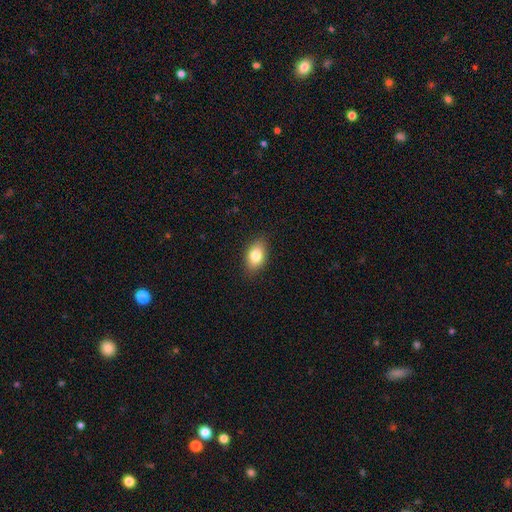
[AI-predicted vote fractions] smooth_or_featured: smooth (p=0.80) [alt: featured or disk p=0.11]
how_rounded: in between (p=0.87) [alt: round p=0.11]
merging: none (p=0.86) [alt: minor disturbance p=0.10]